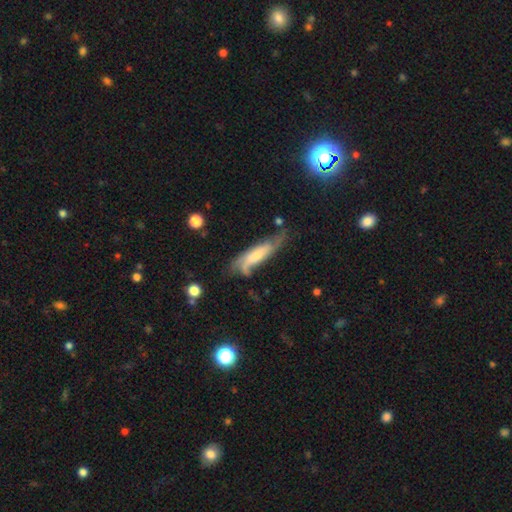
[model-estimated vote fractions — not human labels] This is possibly a featured or disk galaxy (56%). It is likely not viewed edge-on (64%). Merging: possibly none (46%).